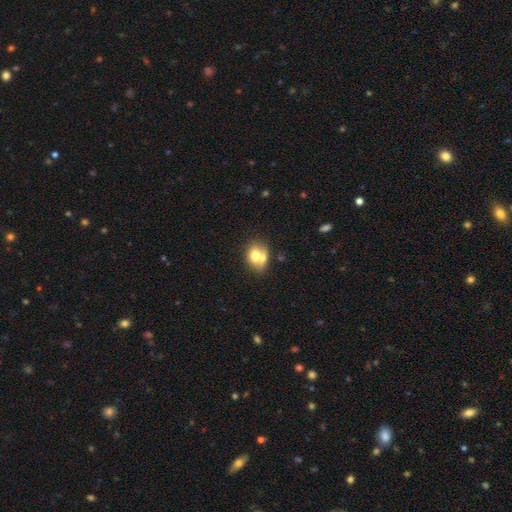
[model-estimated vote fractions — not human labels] smooth-or-featured: smooth: 68% | featured or disk: 23% | star or artifact: 9%
  how-rounded: in between: 55% | round: 43% | cigar-shaped: 1%
  merging: merger: 49% | none: 33% | minor disturbance: 12% | major disturbance: 6%